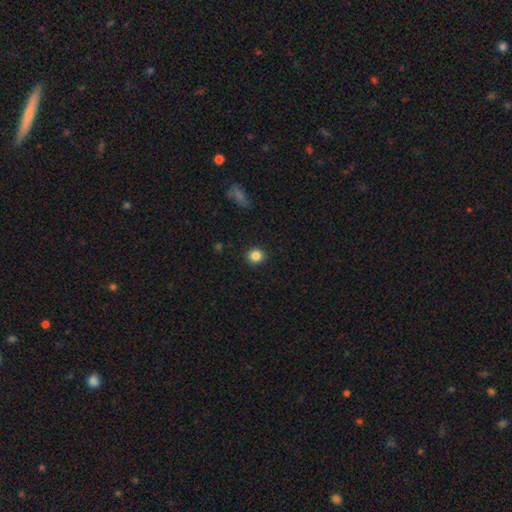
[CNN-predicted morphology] type=smooth (84%); roundness=round (87%); merging=none (91%).